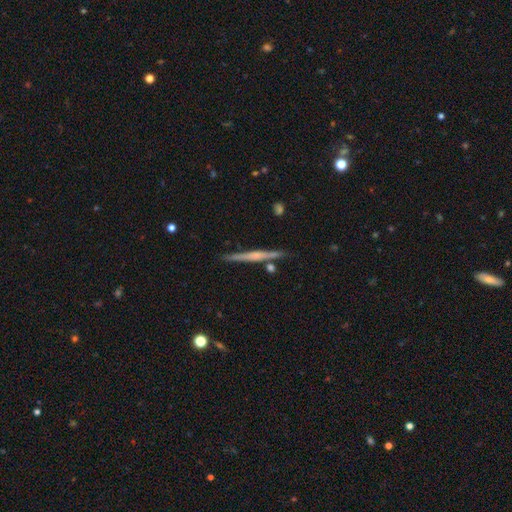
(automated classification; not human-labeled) A featured or disk galaxy (62%) viewed edge-on (98%) with no central bulge (51%).

Vote fractions:
- Smooth or featured? featured or disk: 62% / smooth: 32% / star or artifact: 6%
- Edge-on disk? yes: 98% / no: 2%
- Edge-on bulge? none: 51% / rounded: 37% / boxy: 12%
- Merging? none: 86% / minor disturbance: 8% / merger: 4% / major disturbance: 2%